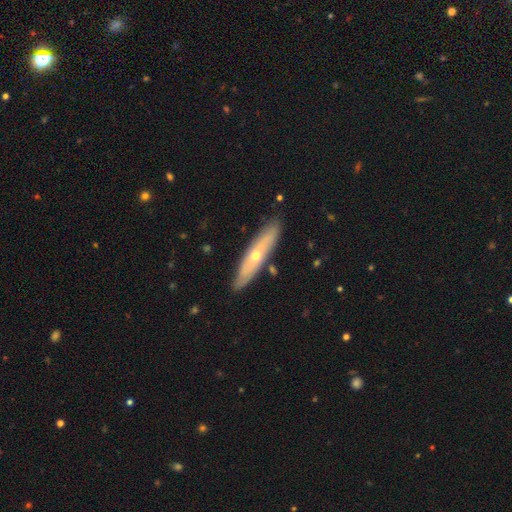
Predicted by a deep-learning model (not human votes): Smooth or featured?
  - featured or disk: 56% *
  - smooth: 36%
  - star or artifact: 8%
Edge-on disk?
  - yes: 70% *
  - no: 30%
Merging?
  - none: 88% *
  - minor disturbance: 9%
  - major disturbance: 2%
  - merger: 2%